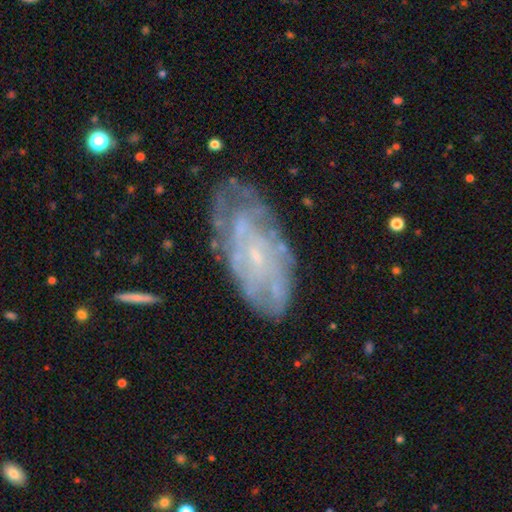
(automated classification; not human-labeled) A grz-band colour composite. It shows a featured or disk galaxy (73%) with no bar (73%), spiral arms (71%) and a small central bulge (79%). Merging: none (65%).